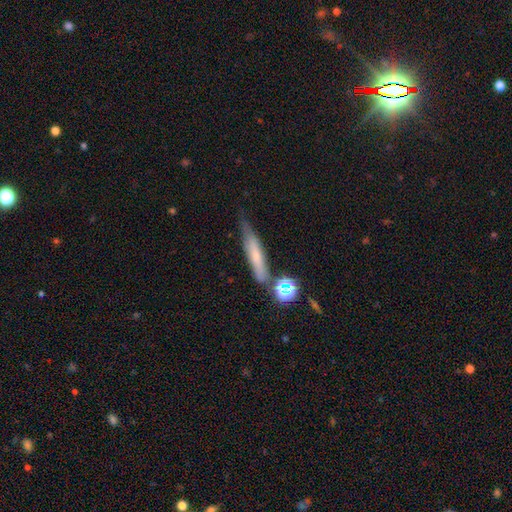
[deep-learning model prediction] This is possibly a smooth galaxy (53%). How rounded: clearly cigar-shaped (84%). Merging: possibly none (59%).